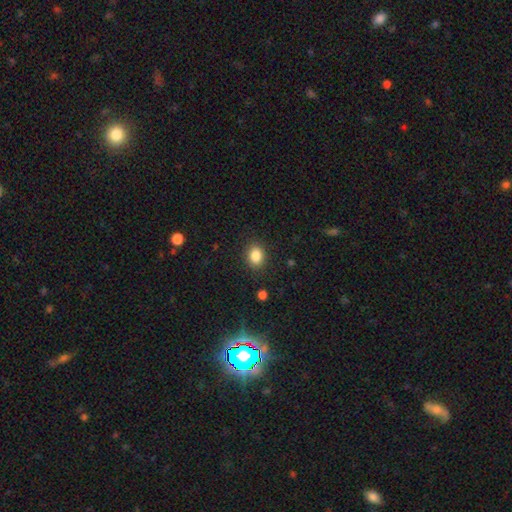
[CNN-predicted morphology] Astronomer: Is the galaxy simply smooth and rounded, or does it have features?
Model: smooth — 85%.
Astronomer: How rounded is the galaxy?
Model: in between — 57% (runner-up: round, 42%).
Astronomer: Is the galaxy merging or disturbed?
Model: none — 86%.